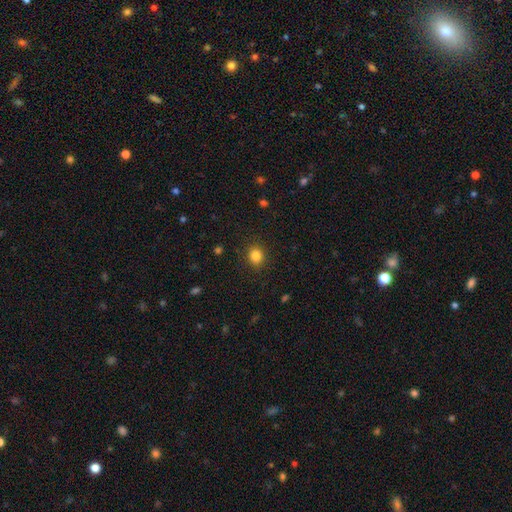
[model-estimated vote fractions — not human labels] This appears to be a smooth galaxy with no disk features (84%) that is round (72%). Merging: none (88%).